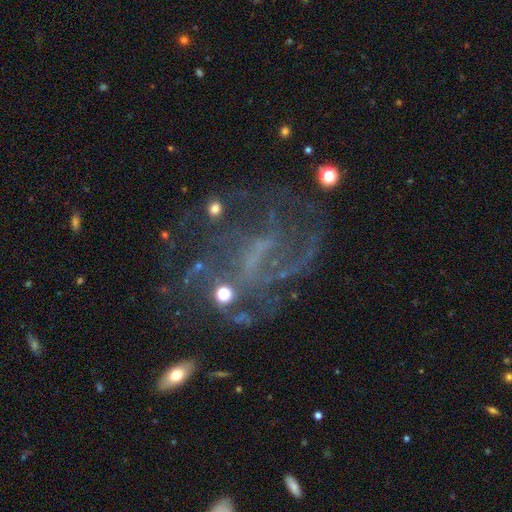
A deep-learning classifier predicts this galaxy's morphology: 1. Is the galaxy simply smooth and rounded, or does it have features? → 76% featured or disk, 15% star or artifact, 9% smooth.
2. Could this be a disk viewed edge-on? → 97% no, 3% yes.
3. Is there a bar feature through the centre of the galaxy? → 41% weak, 39% no, 19% strong.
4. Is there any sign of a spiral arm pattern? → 77% yes, 23% no.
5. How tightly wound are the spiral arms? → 40% medium, 30% loose, 30% tight.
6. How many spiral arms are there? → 40% can't tell, 22% 2, 14% 3, 9% 1, 7% 4, 6% more than 4.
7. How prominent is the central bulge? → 54% none, 31% small, 12% moderate, 2% large, 1% dominant.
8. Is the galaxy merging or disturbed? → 49% none, 29% major disturbance, 17% minor disturbance, 5% merger.